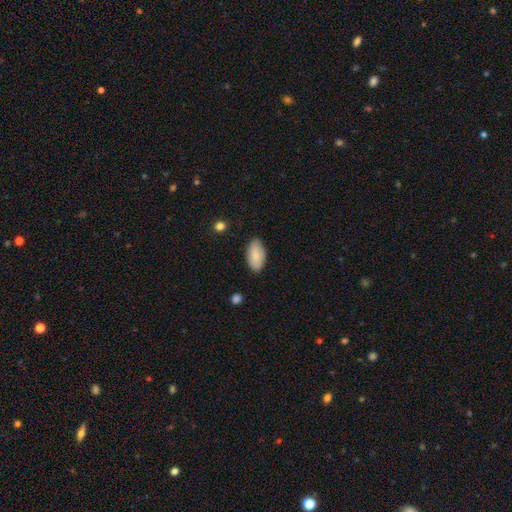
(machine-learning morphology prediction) Overall: smooth (83%). How rounded: in between (95%). Merging: none (82%).